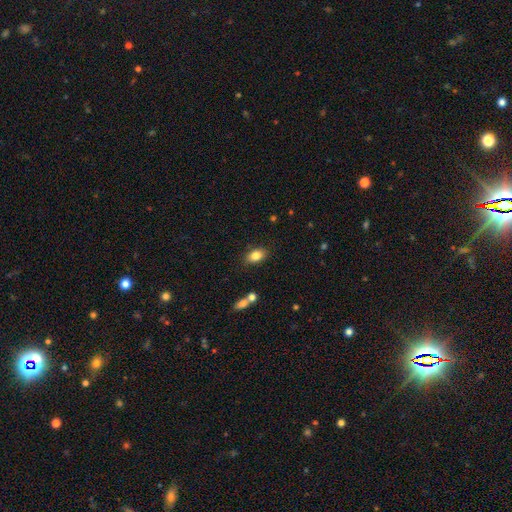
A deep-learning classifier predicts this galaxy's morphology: This is clearly a smooth galaxy (83%). How rounded: clearly in between (82%). Merging: clearly none (82%).